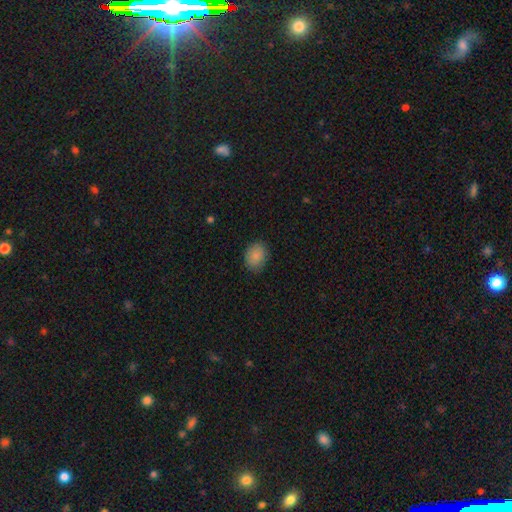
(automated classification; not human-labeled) smooth_or_featured: smooth (p=0.88) [alt: star or artifact p=0.08]
how_rounded: in between (p=0.55) [alt: round p=0.44]
merging: none (p=0.82) [alt: minor disturbance p=0.14]